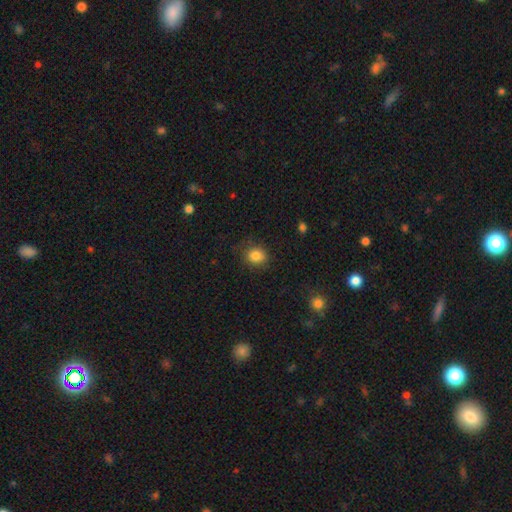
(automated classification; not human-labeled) Smooth or featured: smooth — 84% (star or artifact — 10%)
How rounded: round — 68% (in between — 31%)
Merging: none — 80% (minor disturbance — 14%)